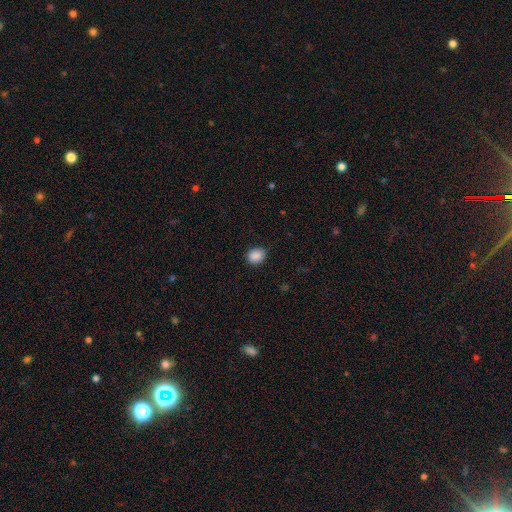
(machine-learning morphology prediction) smooth-or-featured: smooth: 89% | star or artifact: 8% | featured or disk: 3%
  how-rounded: round: 57% | in between: 42% | cigar-shaped: 1%
  merging: none: 86% | minor disturbance: 10% | major disturbance: 2% | merger: 1%